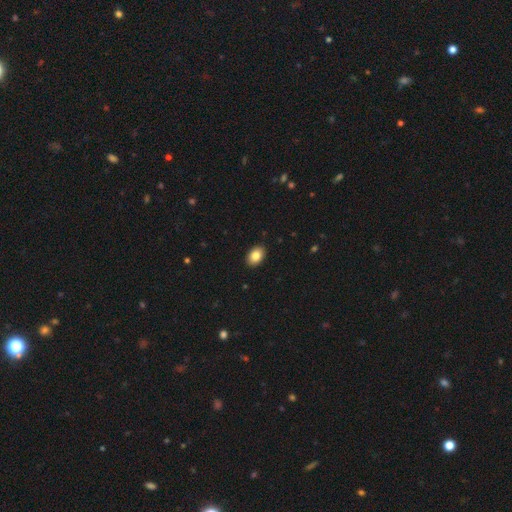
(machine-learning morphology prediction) Q: Smooth or featured?
A: smooth (85%); runner-up: star or artifact (8%)
Q: How rounded?
A: in between (85%); runner-up: round (14%)
Q: Merging?
A: none (90%); runner-up: minor disturbance (7%)